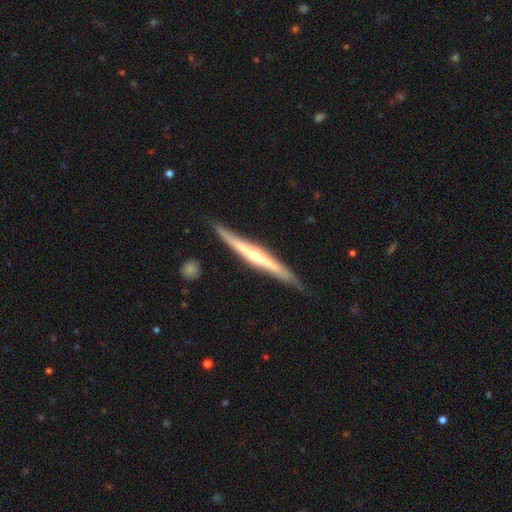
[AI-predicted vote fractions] A featured or disk galaxy (75%) viewed edge-on (96%) with a rounded central bulge (77%). Merging: none (83%).